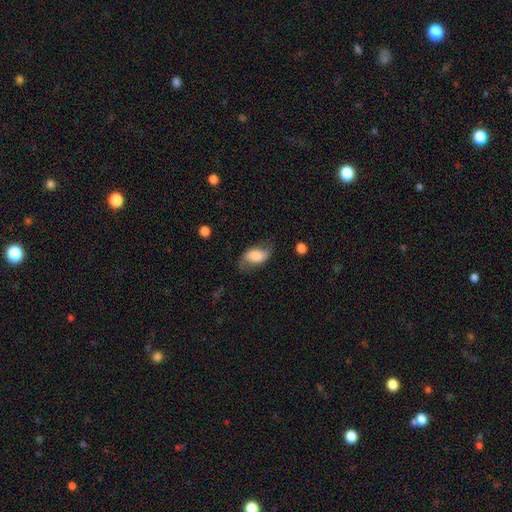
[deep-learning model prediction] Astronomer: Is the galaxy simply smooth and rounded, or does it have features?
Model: smooth — 64%.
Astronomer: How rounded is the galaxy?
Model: in between — 90%.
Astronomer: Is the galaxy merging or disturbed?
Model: none — 59%.